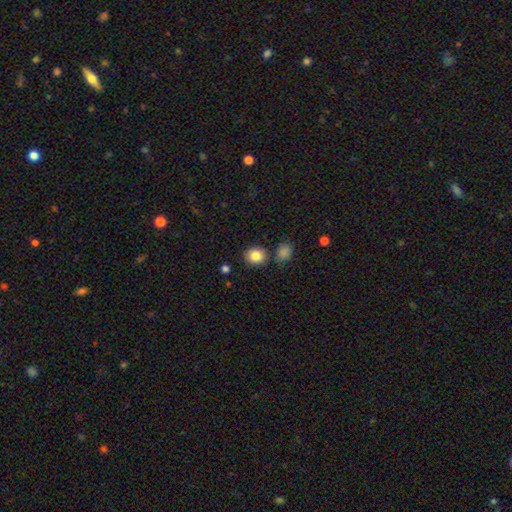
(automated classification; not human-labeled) smooth-or-featured: smooth: 85% | star or artifact: 9% | featured or disk: 6%
  how-rounded: round: 75% | in between: 24% | cigar-shaped: 1%
  merging: none: 81% | minor disturbance: 10% | merger: 7% | major disturbance: 3%